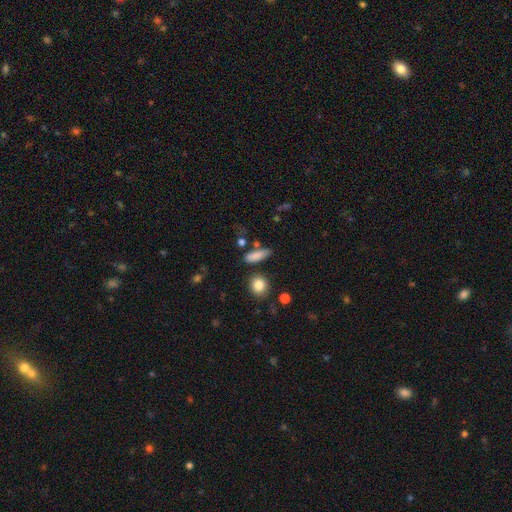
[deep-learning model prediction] A smooth galaxy with no disk features (81%) that is cigar-shaped (54%).

Vote fractions:
- Smooth or featured? smooth: 81% / featured or disk: 10% / star or artifact: 9%
- How rounded? cigar-shaped: 54% / in between: 38% / round: 8%
- Merging? none: 72% / minor disturbance: 16% / merger: 8% / major disturbance: 5%